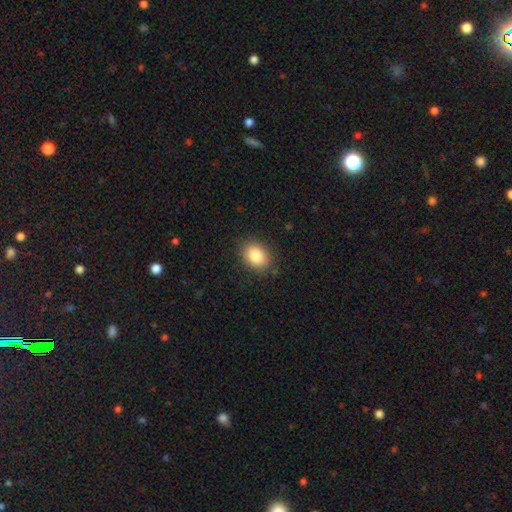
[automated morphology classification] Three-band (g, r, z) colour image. It shows a smooth galaxy with no disk features (85%) that is in between round and cigar-shaped (69%). Merging: none (86%).